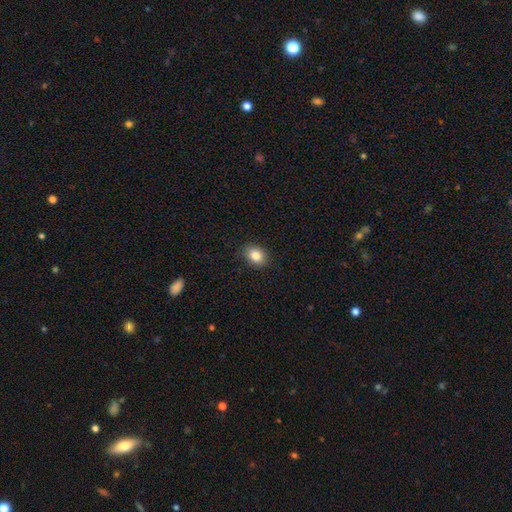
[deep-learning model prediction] Morphology: type=smooth (84%); roundness=in between (58%); merging=none (88%).